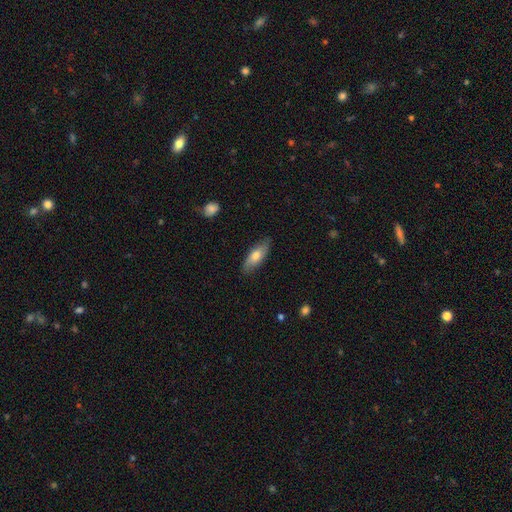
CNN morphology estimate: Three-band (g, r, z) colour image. It shows a smooth galaxy with no disk features (67%) that is in between round and cigar-shaped (69%). Merging: none (84%).